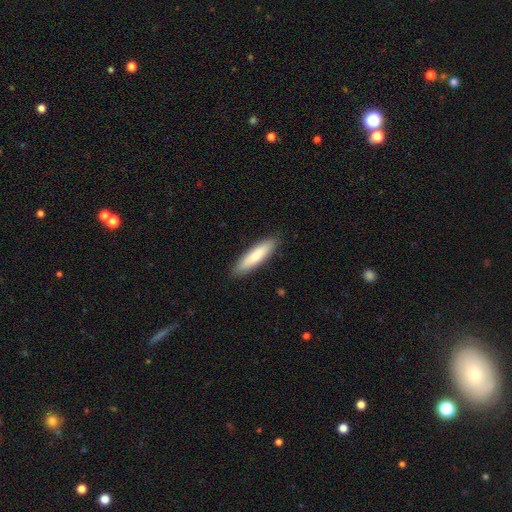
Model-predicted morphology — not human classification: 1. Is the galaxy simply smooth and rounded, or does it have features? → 80% smooth, 15% featured or disk, 5% star or artifact.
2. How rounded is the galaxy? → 77% cigar-shaped, 22% in between, 1% round.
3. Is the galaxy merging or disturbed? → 89% none, 8% minor disturbance, 2% major disturbance, 1% merger.